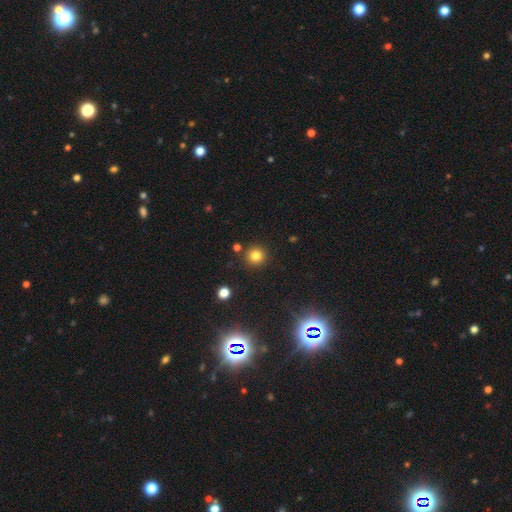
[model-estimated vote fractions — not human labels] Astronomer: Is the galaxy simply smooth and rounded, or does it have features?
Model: smooth — 80%.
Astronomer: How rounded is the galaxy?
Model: round — 94%.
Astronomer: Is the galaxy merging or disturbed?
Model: none — 88%.